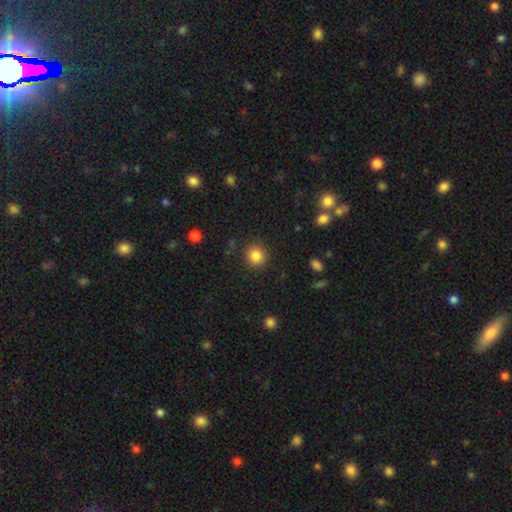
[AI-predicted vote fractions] Smooth or featured? smooth (85%)
How rounded? round (89%)
Merging? none (89%)